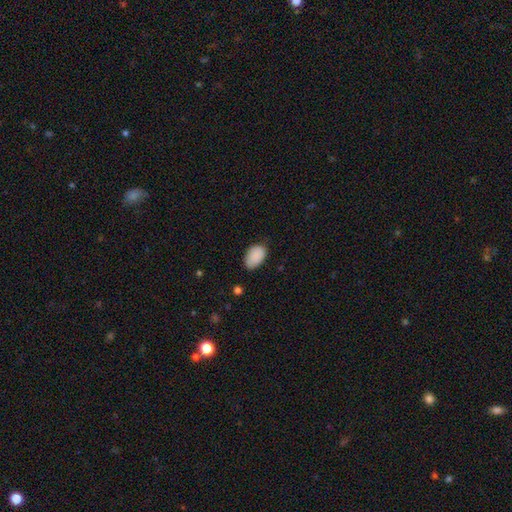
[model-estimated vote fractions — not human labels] Smooth or featured: smooth — 89% (star or artifact — 7%)
How rounded: in between — 91% (round — 8%)
Merging: none — 72% (minor disturbance — 23%)